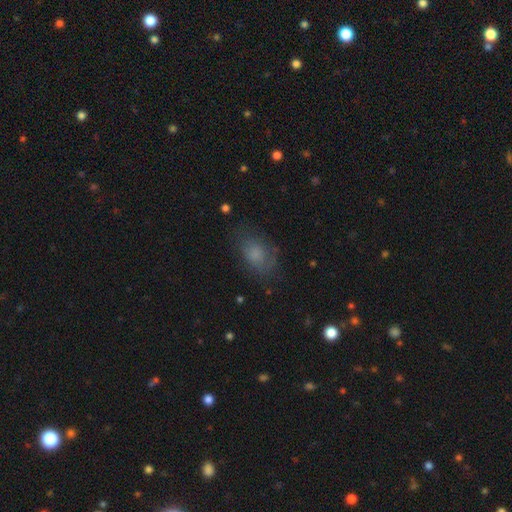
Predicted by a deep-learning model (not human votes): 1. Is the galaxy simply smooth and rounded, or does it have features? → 70% smooth, 17% featured or disk, 13% star or artifact.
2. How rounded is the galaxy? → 79% in between, 19% round, 2% cigar-shaped.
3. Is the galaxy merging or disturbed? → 69% none, 20% minor disturbance, 10% major disturbance, 1% merger.